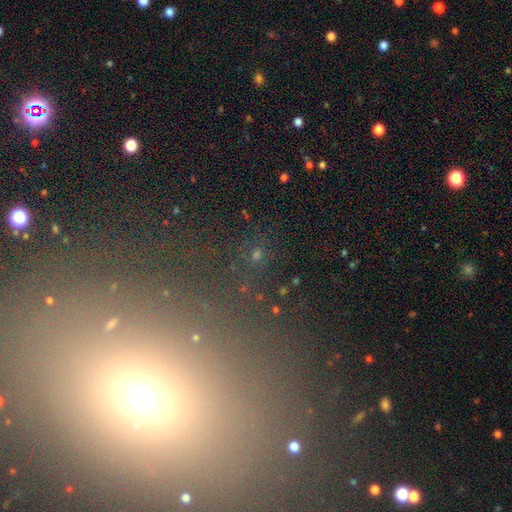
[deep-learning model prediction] star or artifact 60%, smooth 28%, featured or disk 13%.